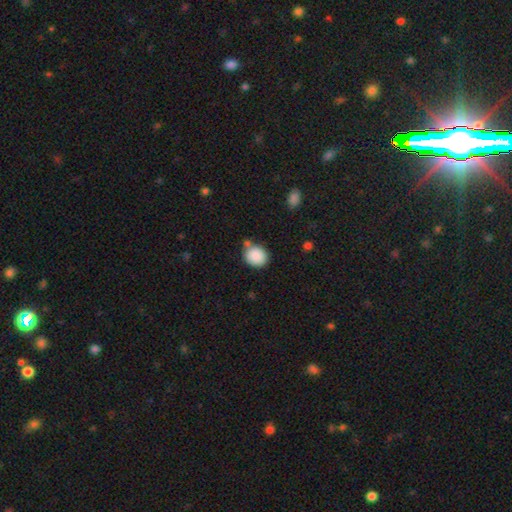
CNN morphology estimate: A smooth galaxy with no disk features (88%) that is round (68%). Merging: none (69%).